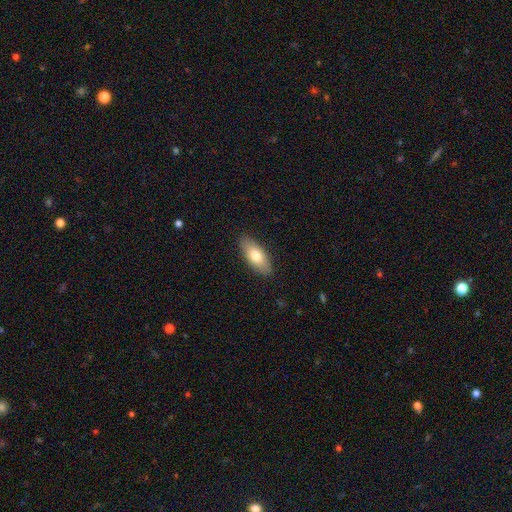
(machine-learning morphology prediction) A smooth galaxy with no disk features (75%) that is in between round and cigar-shaped (84%). Merging: none (88%).